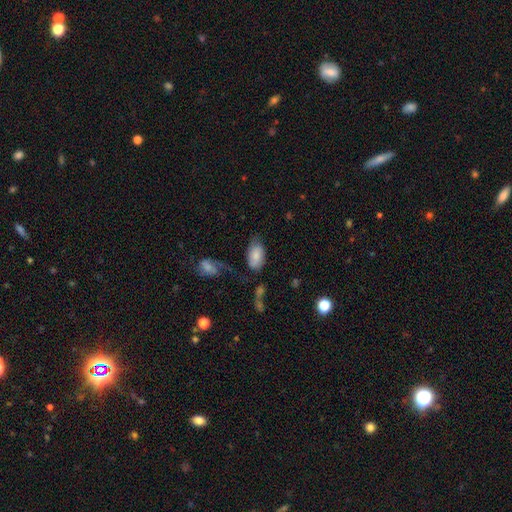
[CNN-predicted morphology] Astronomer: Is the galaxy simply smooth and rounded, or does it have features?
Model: smooth — 78%.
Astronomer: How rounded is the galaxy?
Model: in between — 93%.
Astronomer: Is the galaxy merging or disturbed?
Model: none — 50% (runner-up: minor disturbance, 27%).